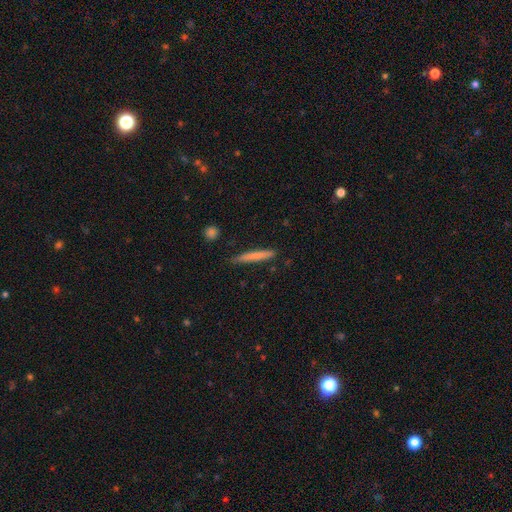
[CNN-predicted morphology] Smooth or featured? Predicted: smooth (p=0.74). How rounded? Predicted: cigar-shaped (p=0.95). Merging? Predicted: none (p=0.84).